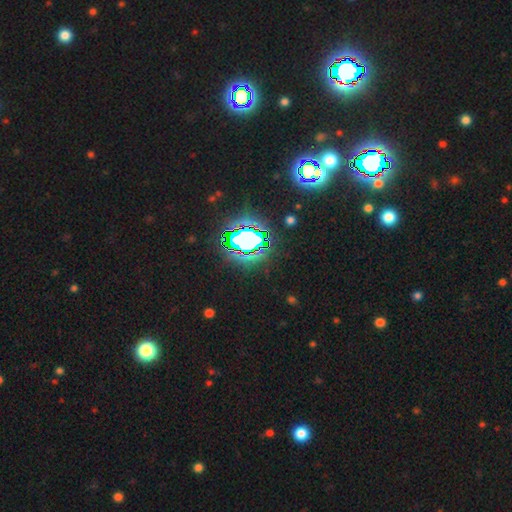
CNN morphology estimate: smooth-or-featured: star or artifact: 84% | smooth: 9% | featured or disk: 7%